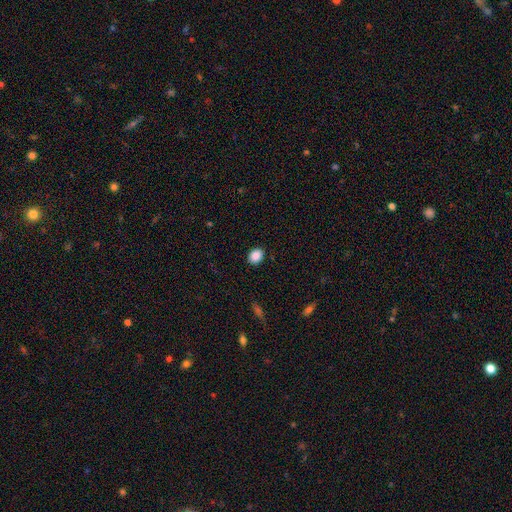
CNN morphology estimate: A smooth galaxy with no disk features (88%) that is in between round and cigar-shaped (52%).

Vote fractions:
- Smooth or featured? smooth: 88% / star or artifact: 9% / featured or disk: 3%
- How rounded? in between: 52% / round: 47% / cigar-shaped: 1%
- Merging? none: 90% / minor disturbance: 7% / major disturbance: 2% / merger: 1%